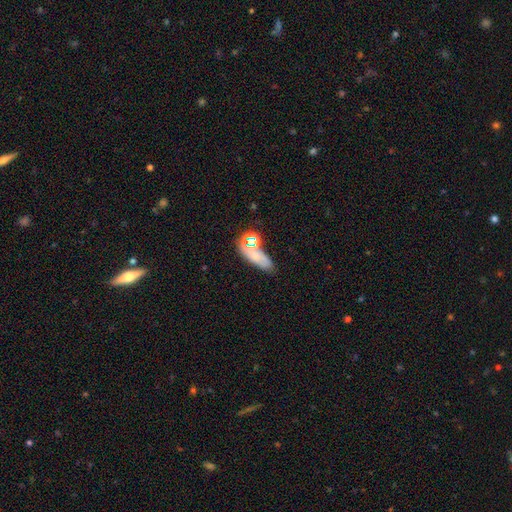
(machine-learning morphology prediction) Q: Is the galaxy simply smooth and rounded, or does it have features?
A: smooth — 59%.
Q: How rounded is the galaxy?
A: in between — 71%.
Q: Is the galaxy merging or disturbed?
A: none — 55%.